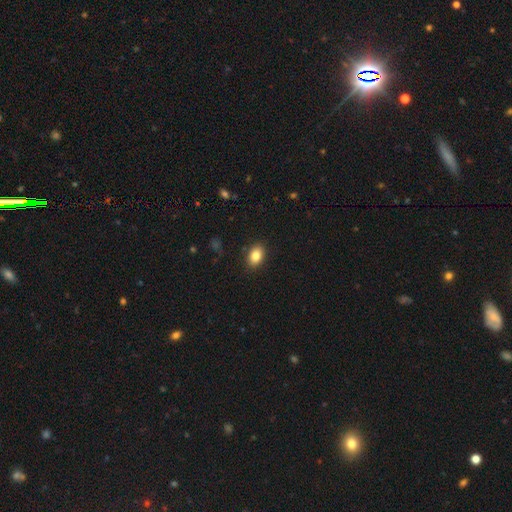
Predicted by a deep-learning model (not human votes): Smooth or featured? smooth (84%)
How rounded? in between (81%)
Merging? none (88%)